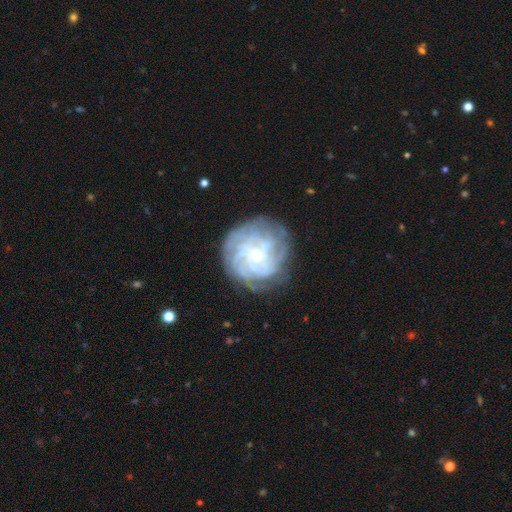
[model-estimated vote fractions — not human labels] A featured or disk galaxy (79%) with no bar (62%), tight (72%) spiral arms (91%) and a small central bulge (73%). Merging: none (75%).